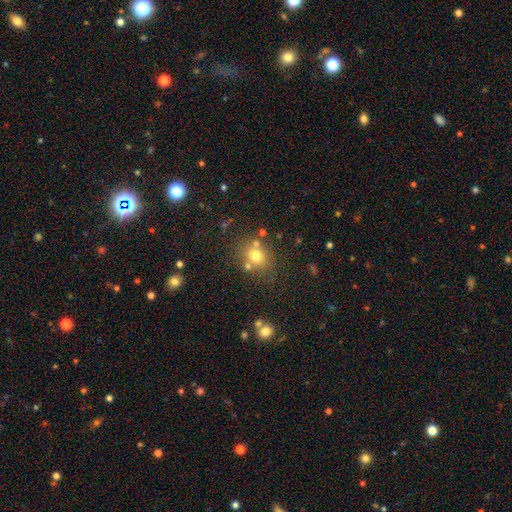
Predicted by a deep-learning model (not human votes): Morphology: type=smooth (71%); roundness=round (71%); merging=none (69%).